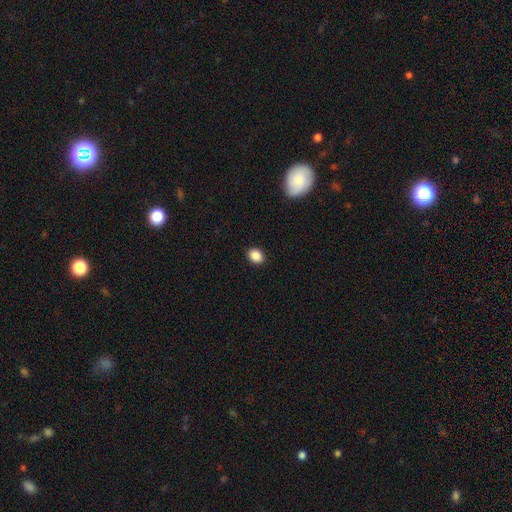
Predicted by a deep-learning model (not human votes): This appears to be a smooth galaxy with no disk features (88%) that is in between round and cigar-shaped (54%). Merging: none (90%).